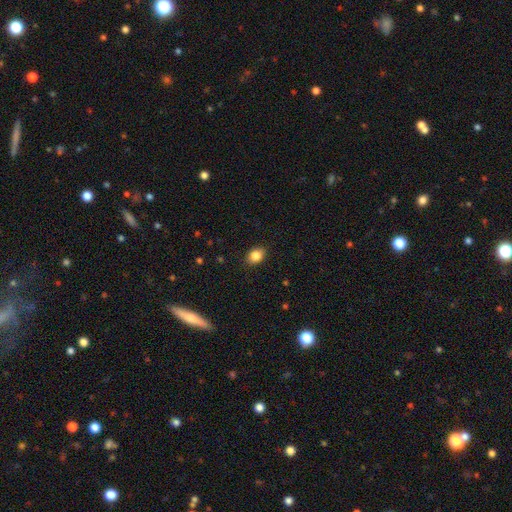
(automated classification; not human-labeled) Morphology: type=smooth (85%); roundness=in between (60%); merging=none (87%).